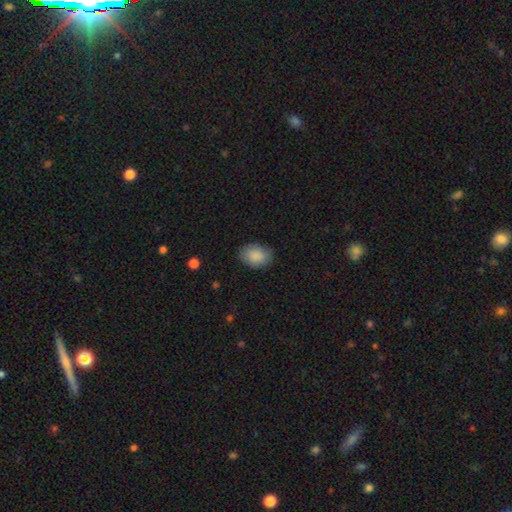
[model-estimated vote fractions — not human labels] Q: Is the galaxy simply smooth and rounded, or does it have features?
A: smooth — 89%.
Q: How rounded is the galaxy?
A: in between — 75%.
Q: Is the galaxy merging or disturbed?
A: none — 83%.